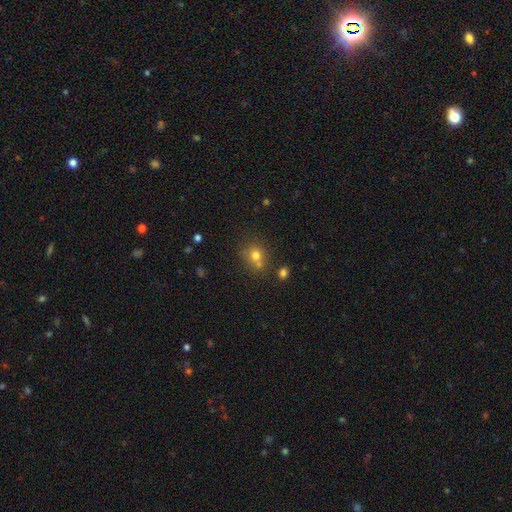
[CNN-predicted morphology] A smooth galaxy with no disk features (73%) that is round (74%).

Vote fractions:
- Smooth or featured? smooth: 73% / star or artifact: 15% / featured or disk: 12%
- How rounded? round: 74% / in between: 25% / cigar-shaped: 1%
- Merging? none: 53% / merger: 29% / minor disturbance: 13% / major disturbance: 5%